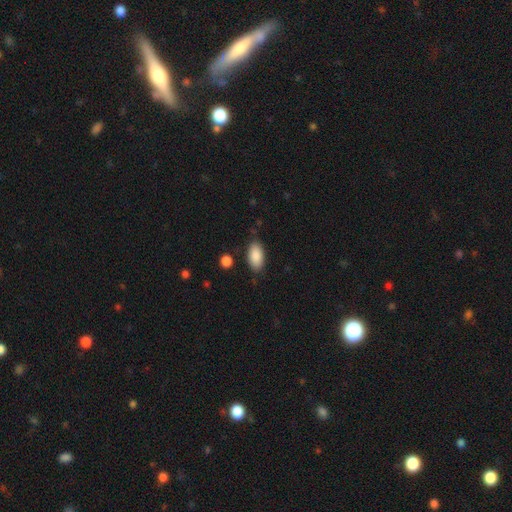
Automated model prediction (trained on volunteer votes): Morphology: type=smooth (88%); roundness=in between (93%); merging=none (83%).